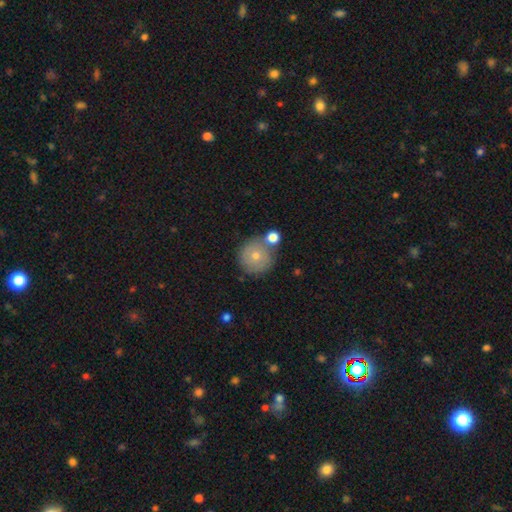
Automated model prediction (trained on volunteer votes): Smooth or featured: smooth — 70% (featured or disk — 22%)
How rounded: round — 94% (in between — 5%)
Merging: none — 66% (merger — 17%)